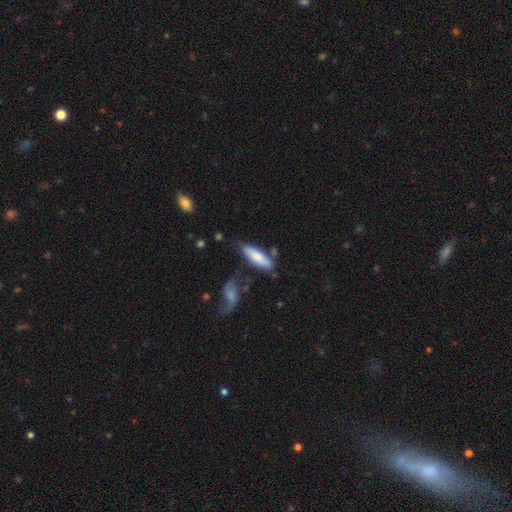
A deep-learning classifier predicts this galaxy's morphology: type=smooth (73%); roundness=cigar-shaped (54%); merging=none (60%).